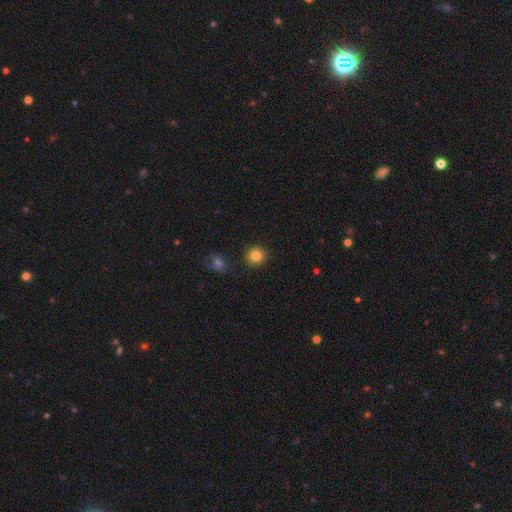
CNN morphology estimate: This is clearly a smooth galaxy (83%). How rounded: clearly round (90%). Merging: clearly none (89%).